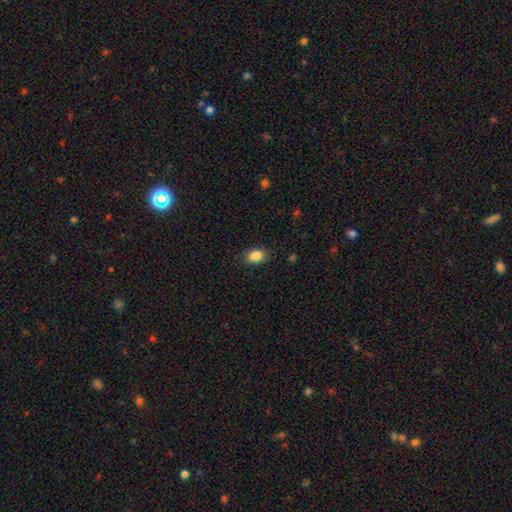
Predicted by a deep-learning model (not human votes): smooth-or-featured: smooth: 88% | star or artifact: 8% | featured or disk: 4%
  how-rounded: in between: 82% | round: 17% | cigar-shaped: 1%
  merging: none: 87% | minor disturbance: 9% | major disturbance: 2% | merger: 1%